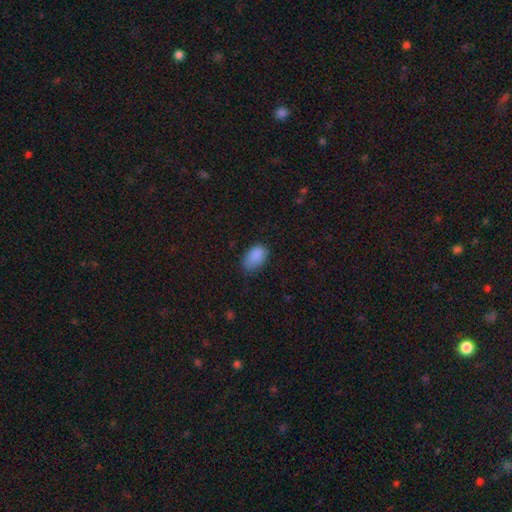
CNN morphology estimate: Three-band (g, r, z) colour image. It shows a smooth galaxy with no disk features (88%) that is in between round and cigar-shaped (90%). Merging: none (66%).